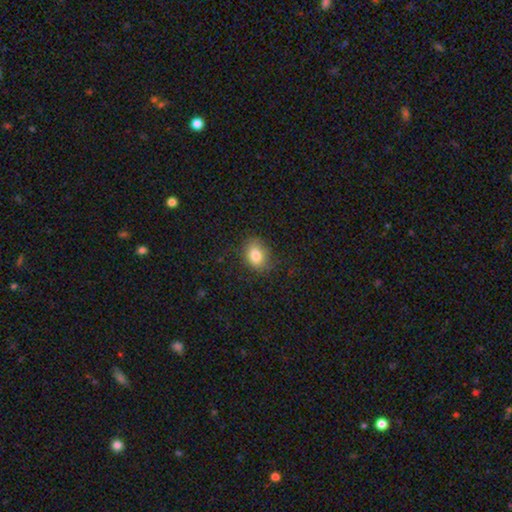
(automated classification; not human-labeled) A smooth galaxy with no disk features (82%) that is in between round and cigar-shaped (63%). Merging: none (78%).